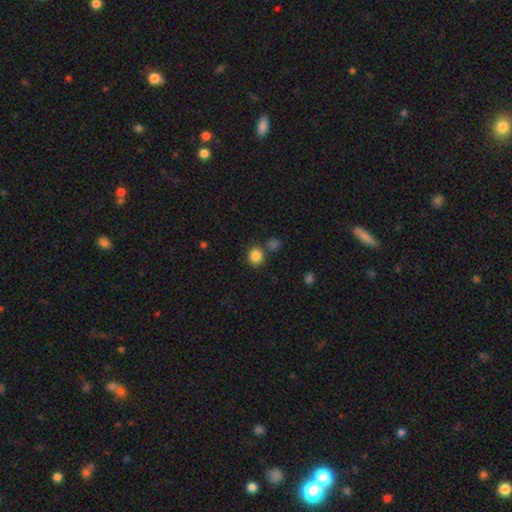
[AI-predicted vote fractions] This is clearly a smooth galaxy (85%). How rounded: clearly round (86%). Merging: likely none (73%).